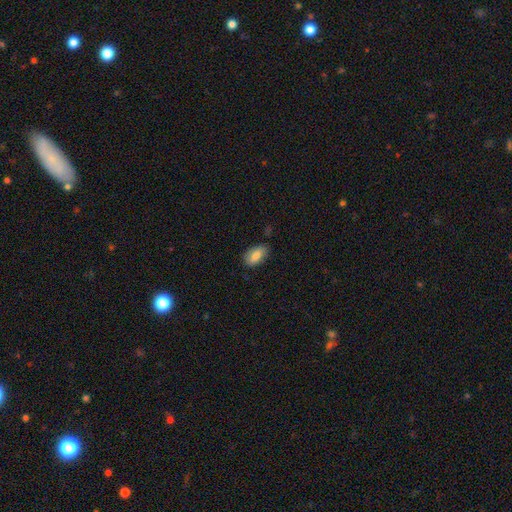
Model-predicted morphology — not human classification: Smooth or featured? smooth (81%)
How rounded? in between (92%)
Merging? none (74%)